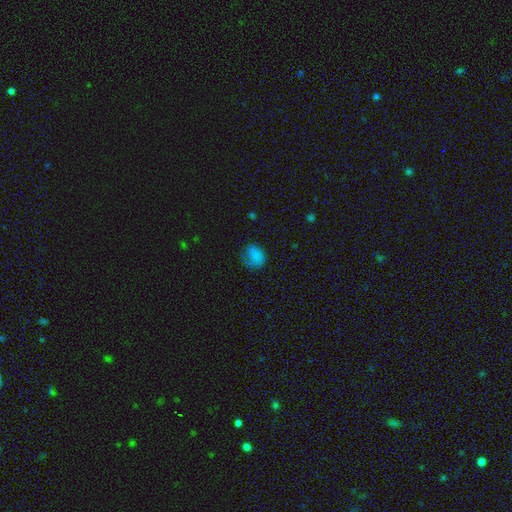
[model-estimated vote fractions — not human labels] smooth 70%, featured or disk 18%, star or artifact 12%. Down the decision tree: how rounded — round (58%); merging — none (47%).